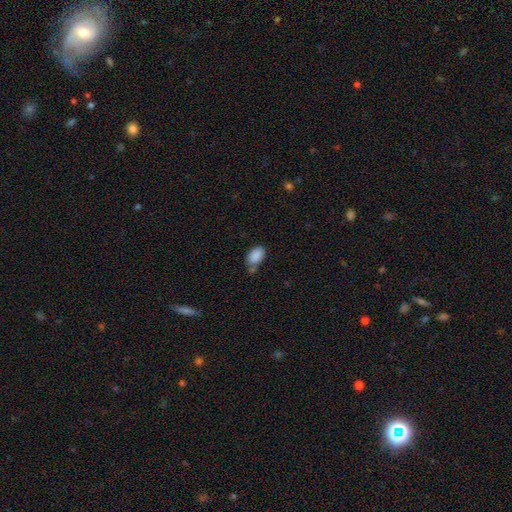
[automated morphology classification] smooth_or_featured: smooth (p=0.88) [alt: star or artifact p=0.08]
how_rounded: in between (p=0.91) [alt: round p=0.08]
merging: none (p=0.56) [alt: minor disturbance p=0.22]